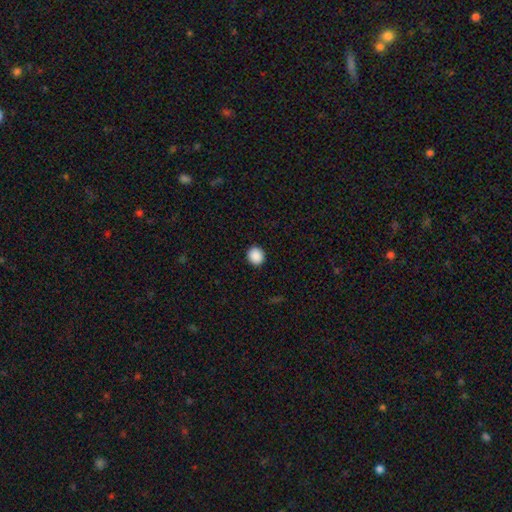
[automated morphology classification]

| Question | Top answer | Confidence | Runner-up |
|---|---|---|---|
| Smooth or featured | smooth | 89% | star or artifact (9%) |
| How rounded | round | 87% | in between (12%) |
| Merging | none | 93% | minor disturbance (5%) |